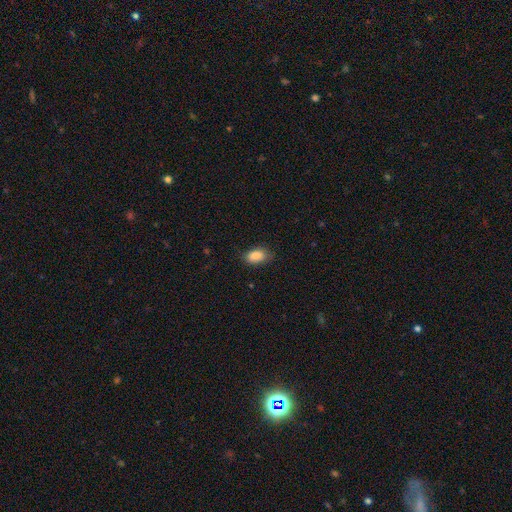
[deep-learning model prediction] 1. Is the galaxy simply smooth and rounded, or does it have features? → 88% smooth, 8% star or artifact, 4% featured or disk.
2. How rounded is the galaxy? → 90% in between, 8% round, 2% cigar-shaped.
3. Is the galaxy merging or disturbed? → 78% none, 18% minor disturbance, 3% major disturbance, 1% merger.